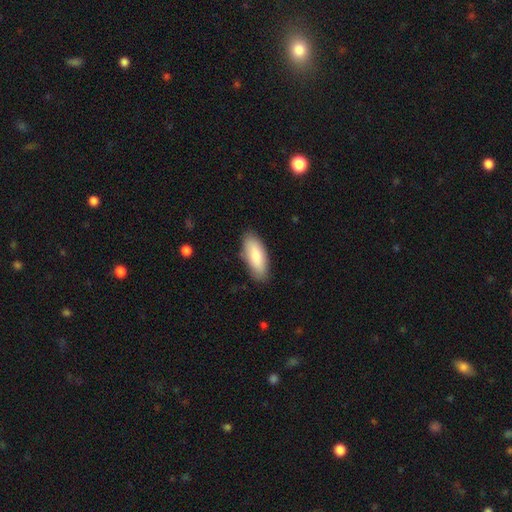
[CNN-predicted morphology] Overall: smooth (82%). How rounded: in between (80%). Merging: none (84%).